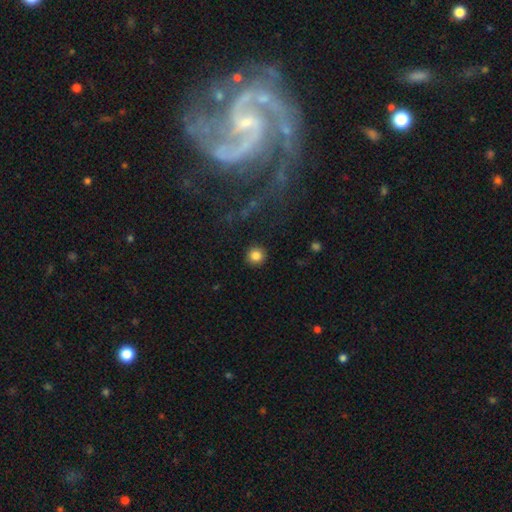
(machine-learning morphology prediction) Q: Smooth or featured?
A: smooth (84%); runner-up: star or artifact (11%)
Q: How rounded?
A: round (94%); runner-up: in between (5%)
Q: Merging?
A: none (91%); runner-up: minor disturbance (5%)